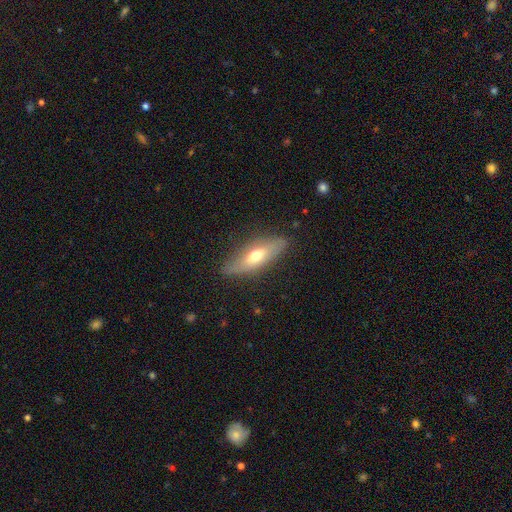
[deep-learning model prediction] Smooth or featured: smooth — 50% (featured or disk — 44%)
How rounded: cigar-shaped — 50% (in between — 48%)
Merging: none — 81% (minor disturbance — 14%)